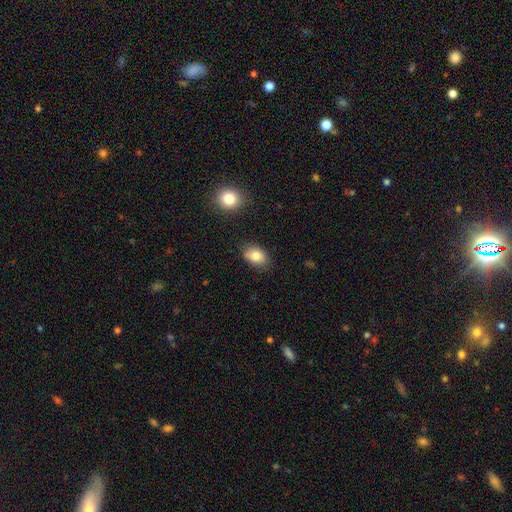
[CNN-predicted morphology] Overall: smooth (83%). How rounded: in between (78%). Merging: none (79%).